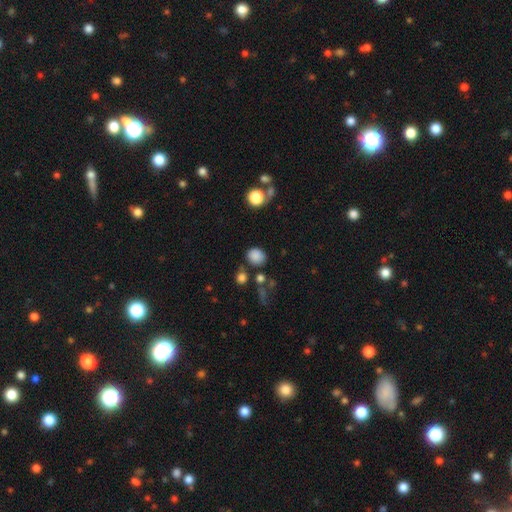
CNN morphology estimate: type=smooth (83%); roundness=round (73%); merging=none (74%).